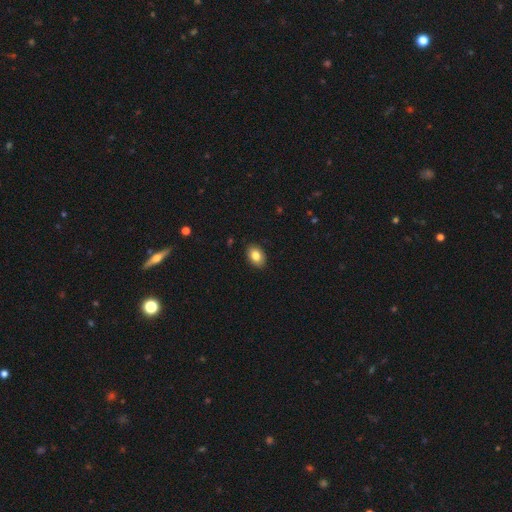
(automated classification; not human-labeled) Overall: smooth (83%). How rounded: in between (82%). Merging: none (89%).